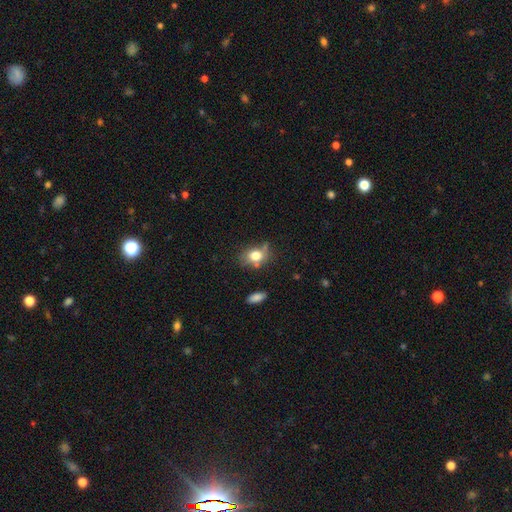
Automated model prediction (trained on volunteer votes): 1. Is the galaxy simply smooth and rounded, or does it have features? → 76% smooth, 14% featured or disk, 10% star or artifact.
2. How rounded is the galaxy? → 62% in between, 36% round, 2% cigar-shaped.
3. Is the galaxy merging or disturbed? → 57% none, 25% minor disturbance, 10% merger, 8% major disturbance.